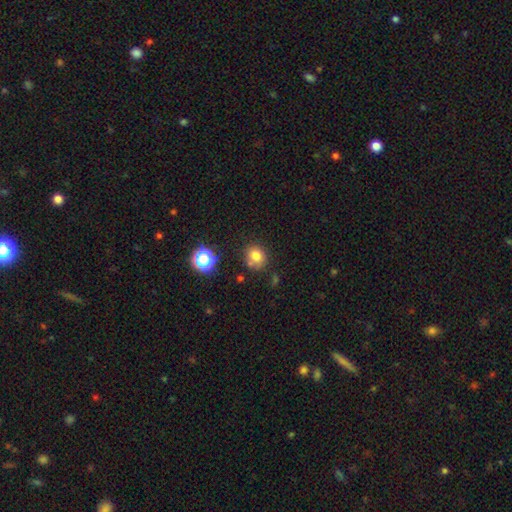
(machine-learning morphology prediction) A smooth galaxy with no disk features (76%) that is round (70%). Merging: none (68%).